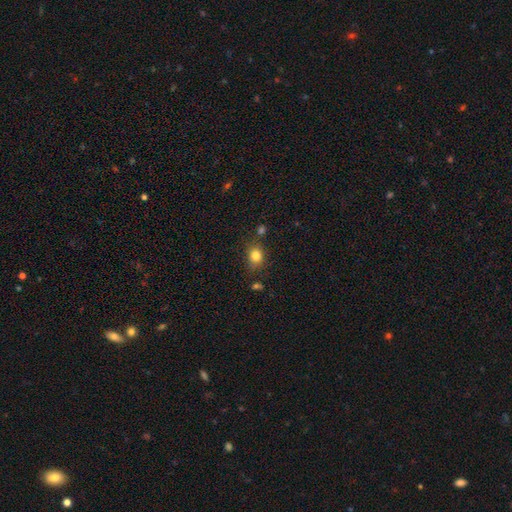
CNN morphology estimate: This is clearly a smooth galaxy (83%). How rounded: possibly round (58%). Merging: likely none (74%).